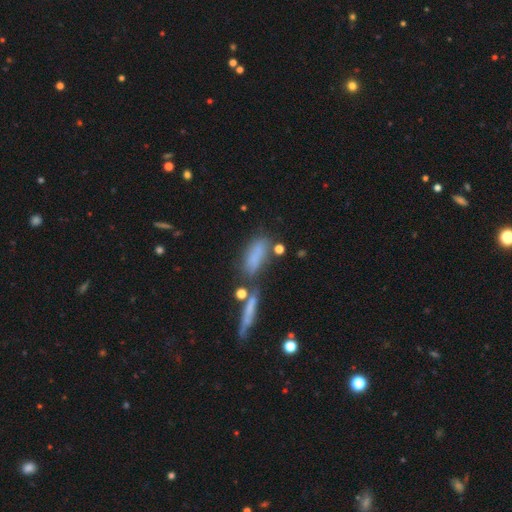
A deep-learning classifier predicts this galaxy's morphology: Smooth or featured? Predicted: smooth (p=0.71). How rounded? Predicted: in between (p=0.55). Merging? Predicted: none (p=0.48).